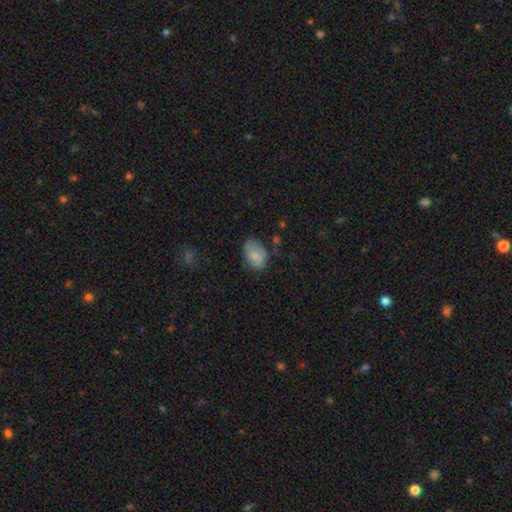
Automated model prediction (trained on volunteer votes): This is likely a smooth galaxy (72%). How rounded: clearly in between (83%). Merging: likely none (62%).